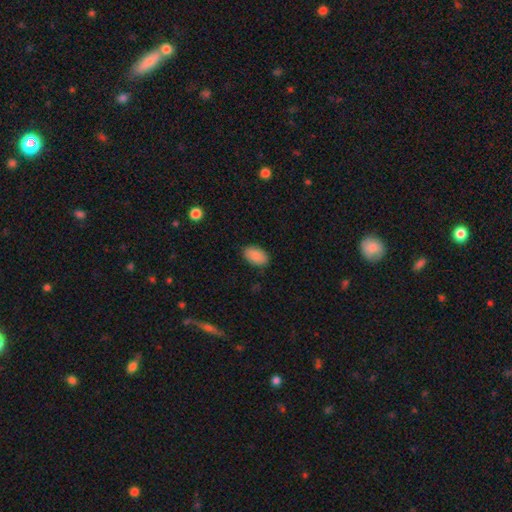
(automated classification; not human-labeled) Morphology: type=smooth (89%); roundness=in between (93%); merging=none (86%).